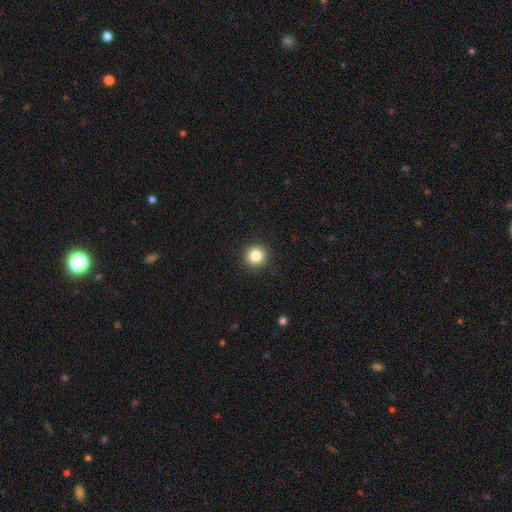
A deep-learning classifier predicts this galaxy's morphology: A smooth galaxy with no disk features (84%) that is round (95%). Merging: none (92%).